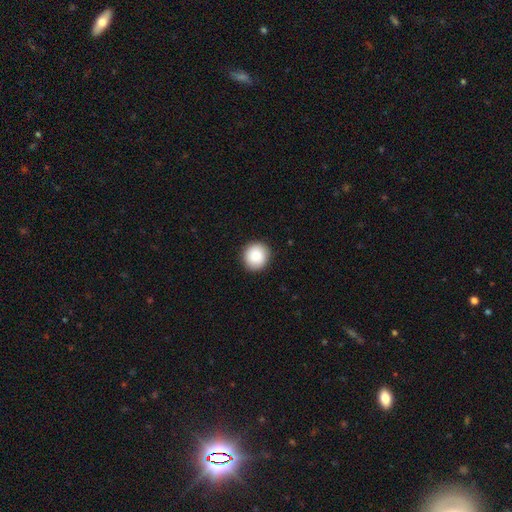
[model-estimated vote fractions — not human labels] This is clearly a smooth galaxy (88%). How rounded: clearly round (92%). Merging: clearly none (91%).